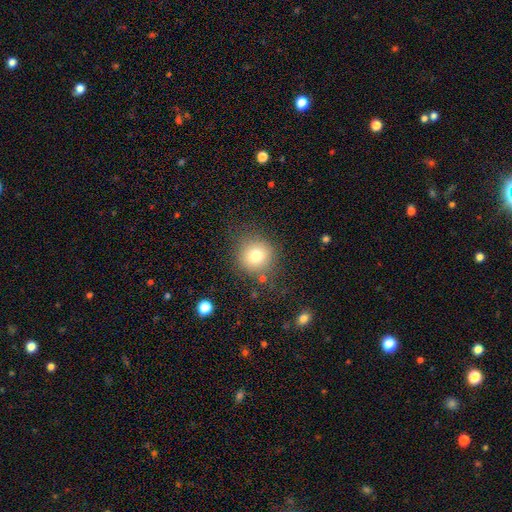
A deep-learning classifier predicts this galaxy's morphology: Q: Smooth or featured?
A: smooth (77%); runner-up: star or artifact (13%)
Q: How rounded?
A: round (92%); runner-up: in between (7%)
Q: Merging?
A: none (82%); runner-up: minor disturbance (11%)